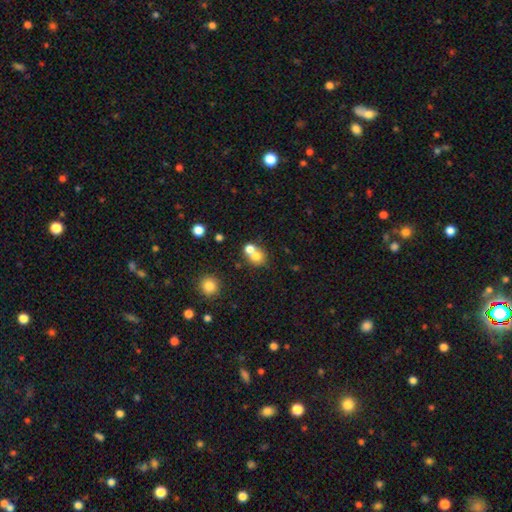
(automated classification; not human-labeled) The model was most divided on "merging": merger: 52%, none: 38%, minor disturbance: 7%, major disturbance: 3%. More confident: how rounded — round (74%); smooth or featured — smooth (71%).